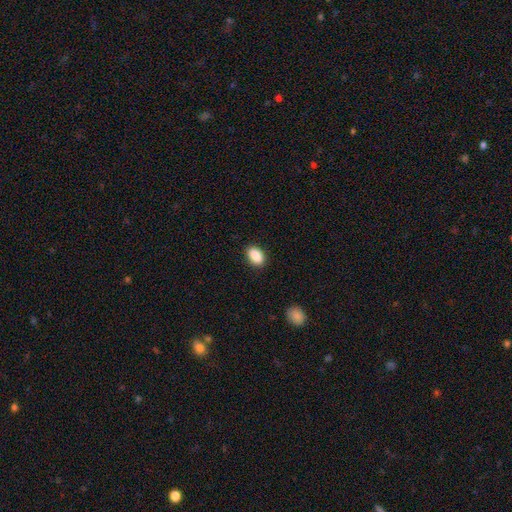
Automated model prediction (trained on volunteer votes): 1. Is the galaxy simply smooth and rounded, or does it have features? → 90% smooth, 7% star or artifact, 3% featured or disk.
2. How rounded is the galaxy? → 90% in between, 8% round, 2% cigar-shaped.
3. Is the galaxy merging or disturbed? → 89% none, 8% minor disturbance, 2% major disturbance, 1% merger.